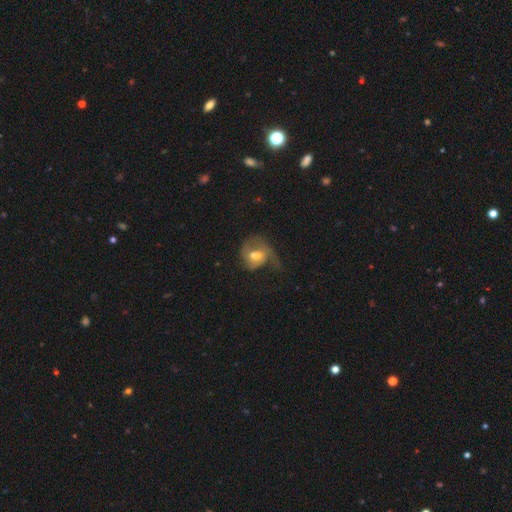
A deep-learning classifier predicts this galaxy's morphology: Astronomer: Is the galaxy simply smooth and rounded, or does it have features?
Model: featured or disk — 49% (runner-up: smooth, 42%).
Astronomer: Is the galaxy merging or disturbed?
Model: major disturbance — 43% (runner-up: none, 25%).